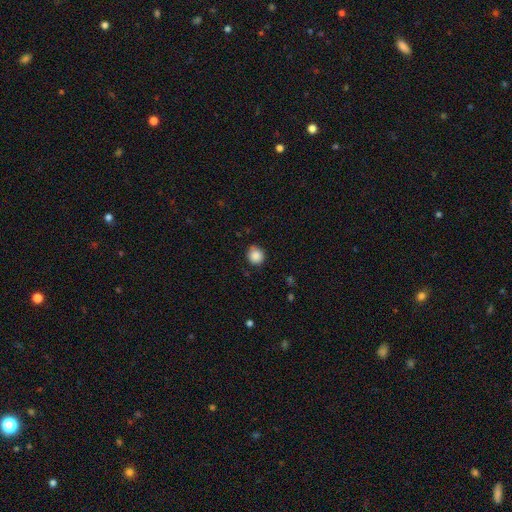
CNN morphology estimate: This is clearly a smooth galaxy (87%). How rounded: clearly round (86%). Merging: clearly none (83%).